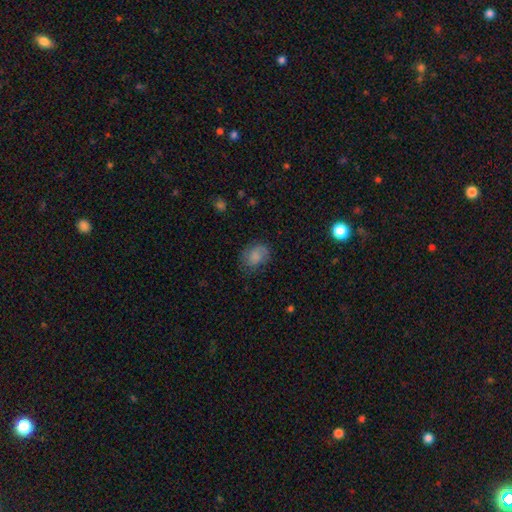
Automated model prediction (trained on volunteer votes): Smooth or featured? Predicted: smooth (p=0.75). How rounded? Predicted: in between (p=0.53). Merging? Predicted: none (p=0.70).